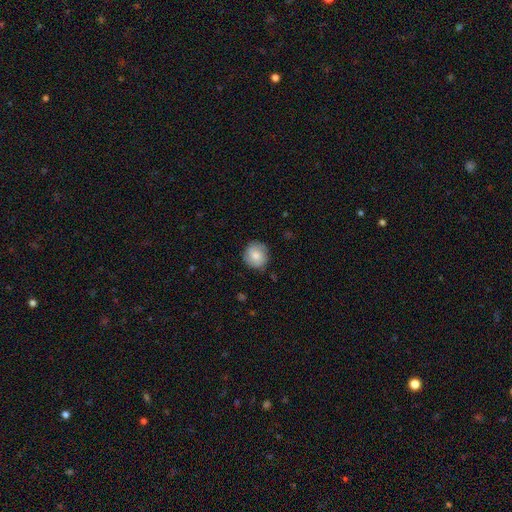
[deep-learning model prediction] The model was most divided on "smooth or featured": smooth: 77%, featured or disk: 16%, star or artifact: 7%. More confident: how rounded — round (87%); merging — none (83%).